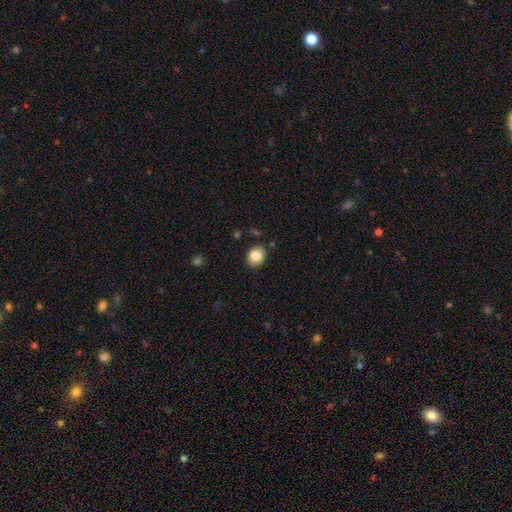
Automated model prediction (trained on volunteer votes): Morphology: type=smooth (84%); roundness=round (54%); merging=none (86%).